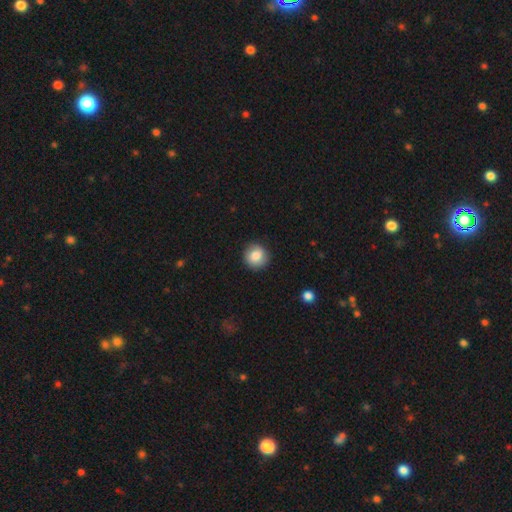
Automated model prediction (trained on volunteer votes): Smooth or featured: smooth — 84% (star or artifact — 8%)
How rounded: round — 93% (in between — 6%)
Merging: none — 90% (minor disturbance — 7%)